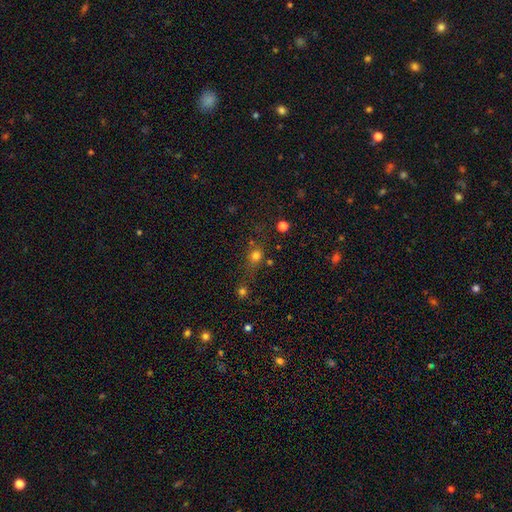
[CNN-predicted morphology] This appears to be a smooth galaxy with no disk features (71%) that is round (79%). Merging: none (59%).